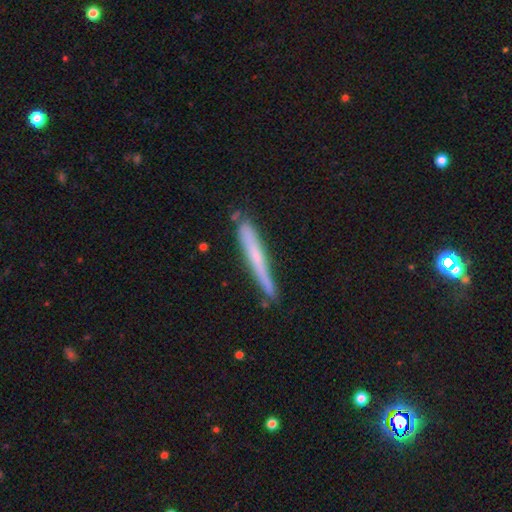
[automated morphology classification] smooth 49%, featured or disk 44%, star or artifact 7%. Down the decision tree: merging — none (75%).